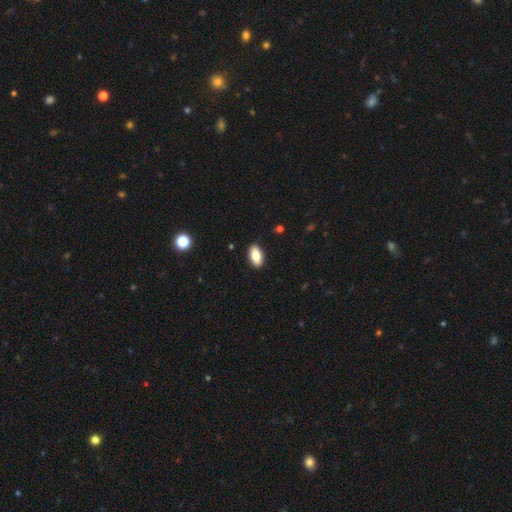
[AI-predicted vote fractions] smooth 78%, featured or disk 15%, star or artifact 7%. Down the decision tree: how rounded — in between (89%); merging — none (89%).